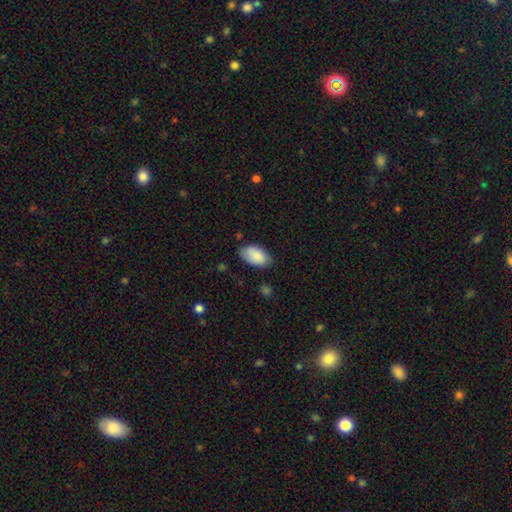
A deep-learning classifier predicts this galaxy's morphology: The model was most divided on "merging": none: 72%, minor disturbance: 23%, major disturbance: 4%, merger: 2%. More confident: how rounded — in between (94%); smooth or featured — smooth (86%).